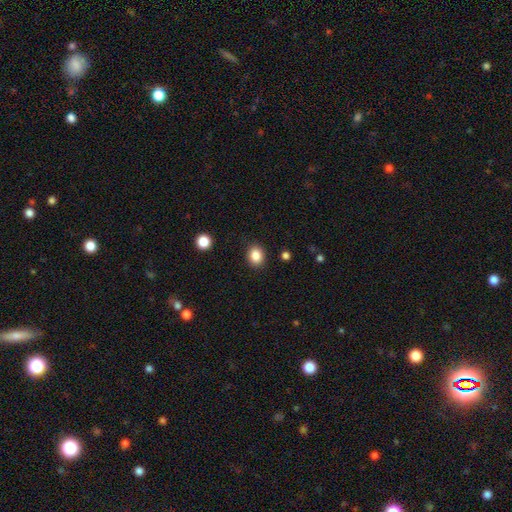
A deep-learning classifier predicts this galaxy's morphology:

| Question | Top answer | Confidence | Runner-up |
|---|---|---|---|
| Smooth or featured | smooth | 86% | star or artifact (10%) |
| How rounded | round | 57% | in between (43%) |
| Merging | none | 89% | minor disturbance (7%) |